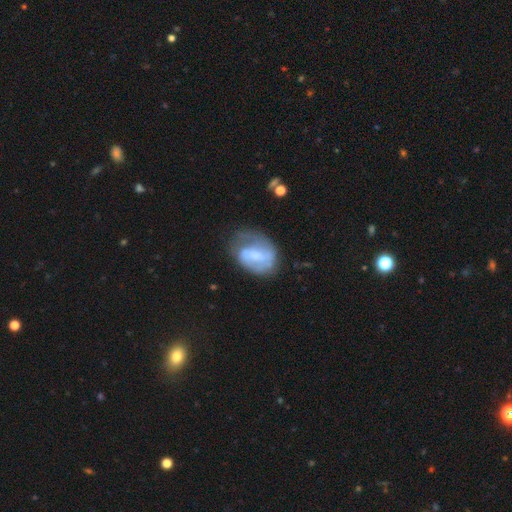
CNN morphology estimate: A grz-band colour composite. It shows a featured or disk galaxy (62%) with a weak bar (47%), spiral arms (74%) and a small central bulge (31%, tied with moderate). Merging: none (45%).